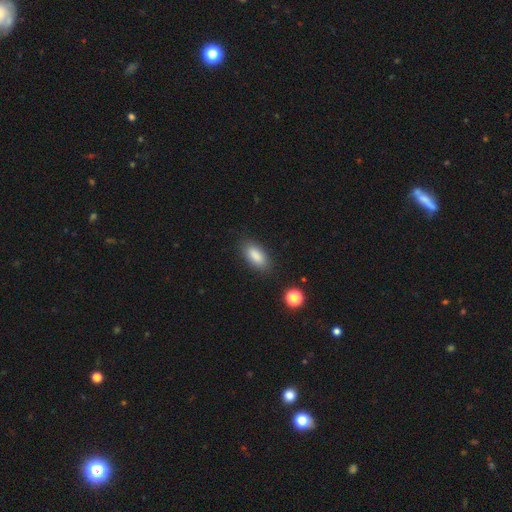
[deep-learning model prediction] Morphology: type=smooth (87%); roundness=in between (85%); merging=none (86%).